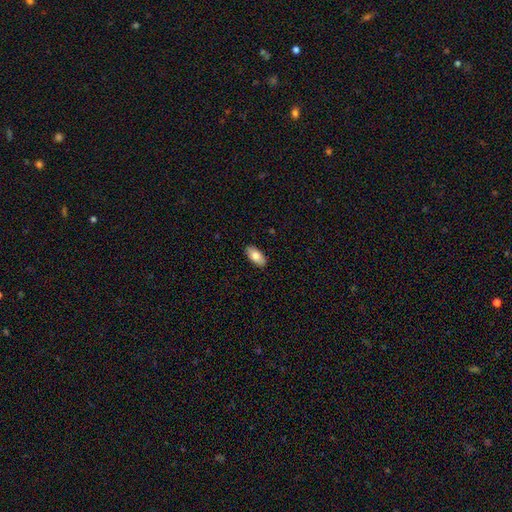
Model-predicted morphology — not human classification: Smooth or featured: smooth — 78% (featured or disk — 15%)
How rounded: in between — 92% (cigar-shaped — 6%)
Merging: none — 89% (minor disturbance — 8%)